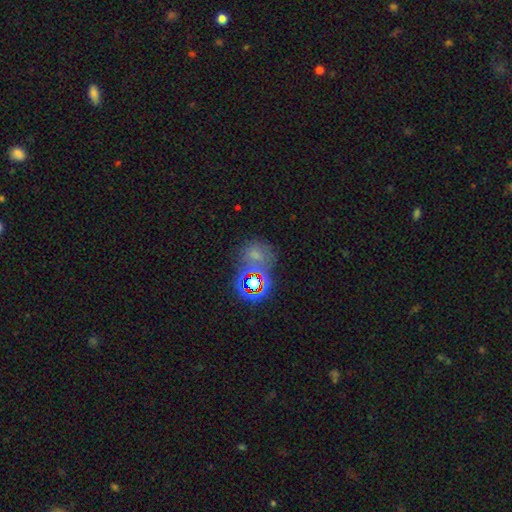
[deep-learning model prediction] Smooth or featured: star or artifact — 46% (smooth — 41%)